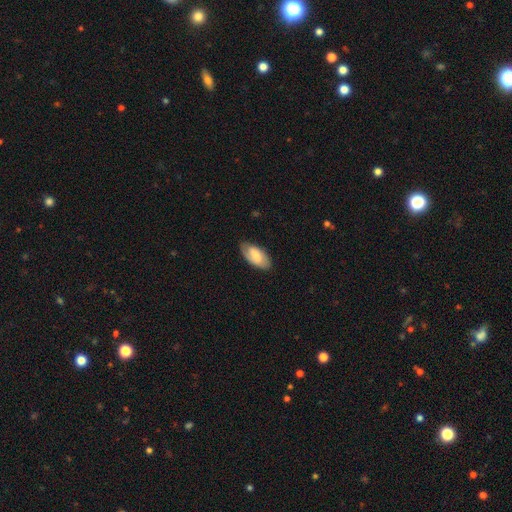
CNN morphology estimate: Q: Smooth or featured?
A: smooth (63%); runner-up: featured or disk (31%)
Q: How rounded?
A: in between (93%); runner-up: cigar-shaped (5%)
Q: Merging?
A: none (78%); runner-up: minor disturbance (18%)